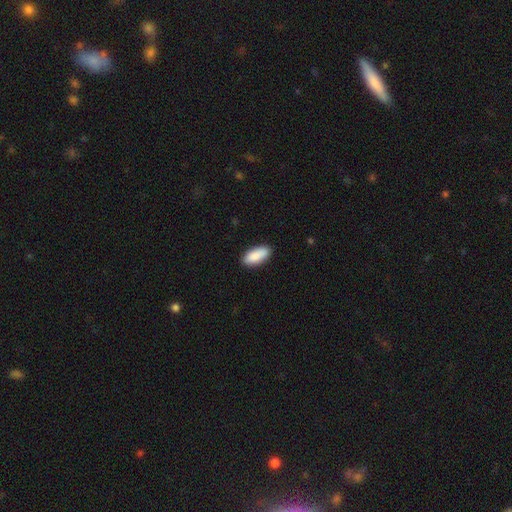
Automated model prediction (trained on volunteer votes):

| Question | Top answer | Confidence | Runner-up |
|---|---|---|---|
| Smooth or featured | smooth | 89% | star or artifact (6%) |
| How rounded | in between | 84% | cigar-shaped (14%) |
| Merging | none | 88% | minor disturbance (9%) |